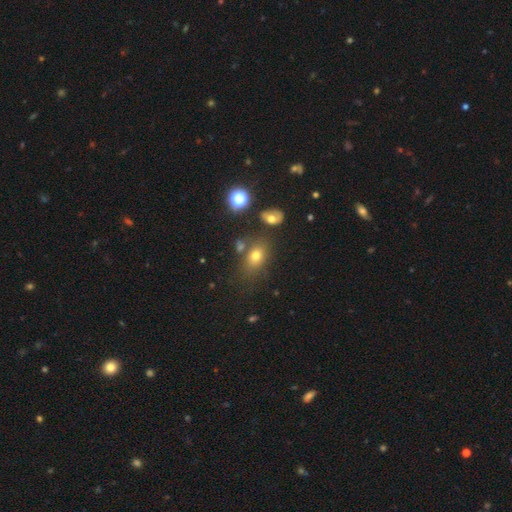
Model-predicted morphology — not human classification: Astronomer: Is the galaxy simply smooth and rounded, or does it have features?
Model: smooth — 70%.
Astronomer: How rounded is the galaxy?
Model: in between — 72%.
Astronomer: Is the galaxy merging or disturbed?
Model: none — 67%.